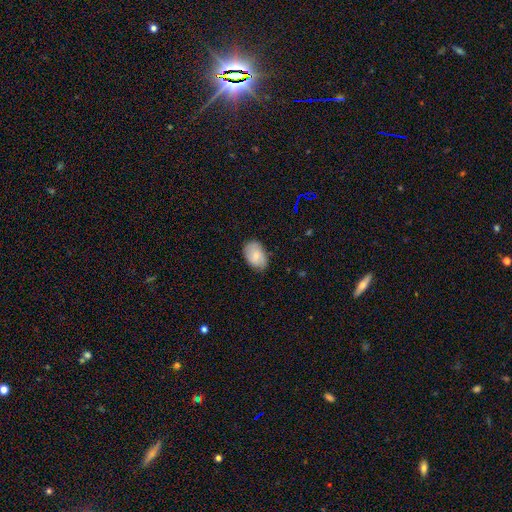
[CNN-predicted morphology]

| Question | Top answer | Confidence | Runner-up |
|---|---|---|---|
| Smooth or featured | smooth | 74% | featured or disk (19%) |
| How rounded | in between | 89% | round (10%) |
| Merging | none | 74% | minor disturbance (21%) |